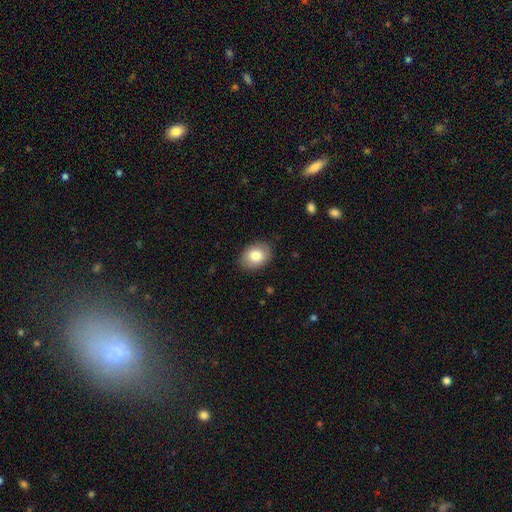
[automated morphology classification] Smooth or featured?
  - smooth: 82% *
  - featured or disk: 10%
  - star or artifact: 8%
How rounded?
  - in between: 72% *
  - round: 27%
  - cigar-shaped: 1%
Merging?
  - none: 87% *
  - minor disturbance: 10%
  - major disturbance: 2%
  - merger: 1%